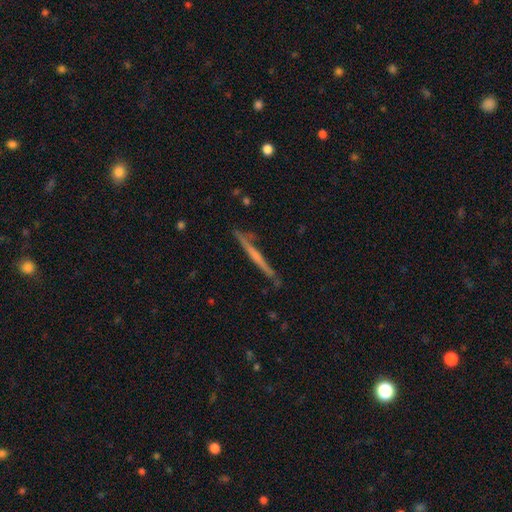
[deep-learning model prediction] Overall: featured or disk (57%; smooth 36%). Edge-on disk: yes (97%). Edge-on bulge: none (75%). Merging: none (86%).